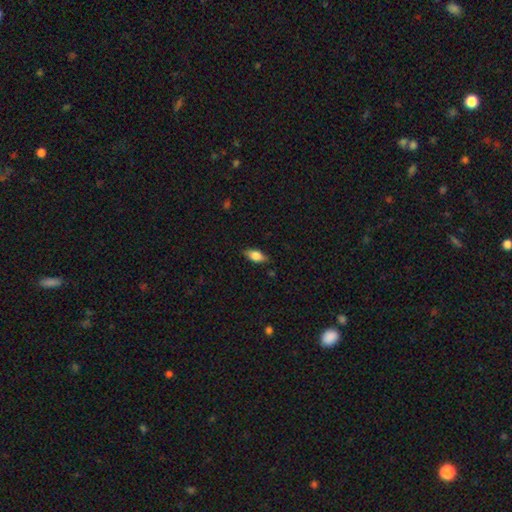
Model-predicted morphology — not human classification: This appears to be a smooth galaxy with no disk features (75%) that is in between round and cigar-shaped (84%). Merging: none (83%).